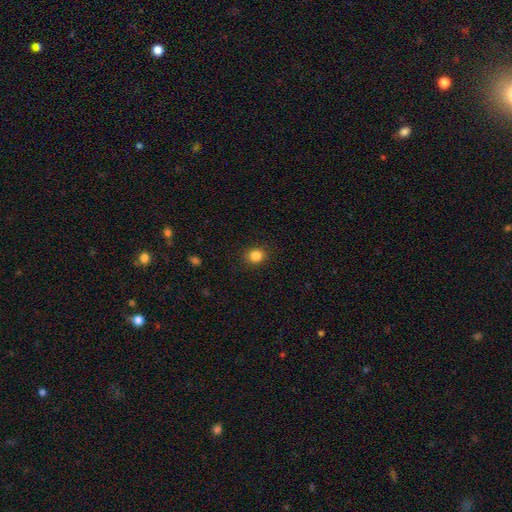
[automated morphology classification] Smooth or featured? Predicted: smooth (p=0.85). How rounded? Predicted: round (p=0.74). Merging? Predicted: none (p=0.90).